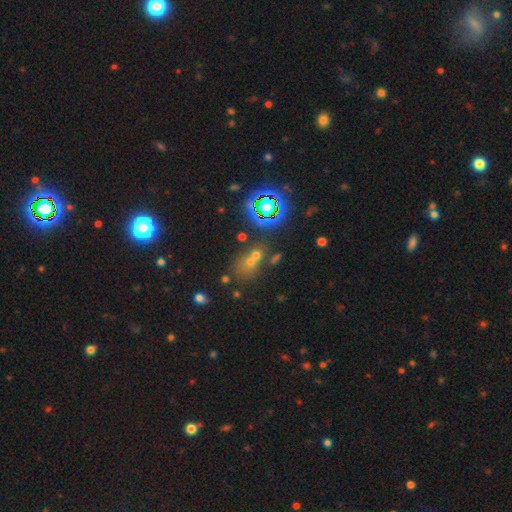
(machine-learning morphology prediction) type=star or artifact (44%).